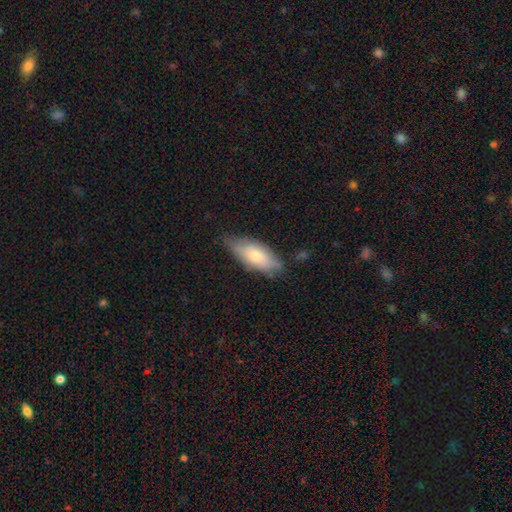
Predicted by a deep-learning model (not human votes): A smooth galaxy with no disk features (65%) that is in between round and cigar-shaped (79%).

Vote fractions:
- Smooth or featured? smooth: 65% / featured or disk: 29% / star or artifact: 6%
- How rounded? in between: 79% / cigar-shaped: 19% / round: 2%
- Merging? none: 65% / minor disturbance: 29% / major disturbance: 5% / merger: 2%